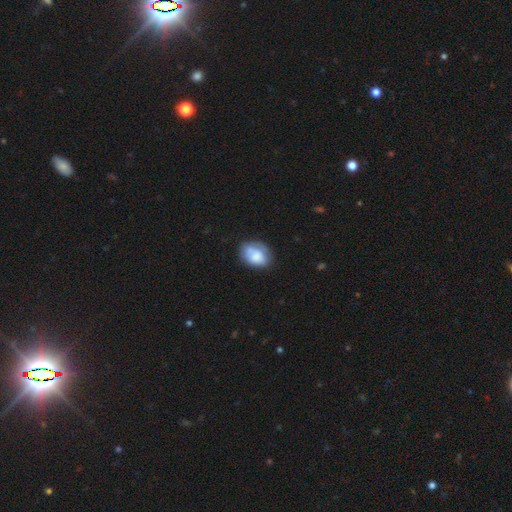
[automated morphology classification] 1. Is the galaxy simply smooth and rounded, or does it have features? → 74% smooth, 19% featured or disk, 8% star or artifact.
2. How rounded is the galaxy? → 73% in between, 26% round, 1% cigar-shaped.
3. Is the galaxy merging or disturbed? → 57% none, 28% minor disturbance, 10% major disturbance, 5% merger.